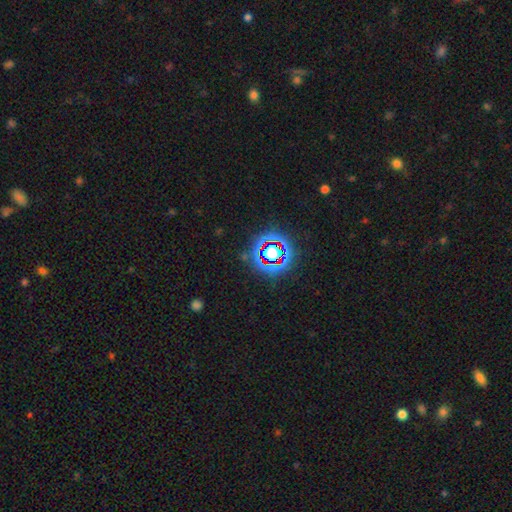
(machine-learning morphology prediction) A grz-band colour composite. It shows a star or artifact, not a galaxy (74%).